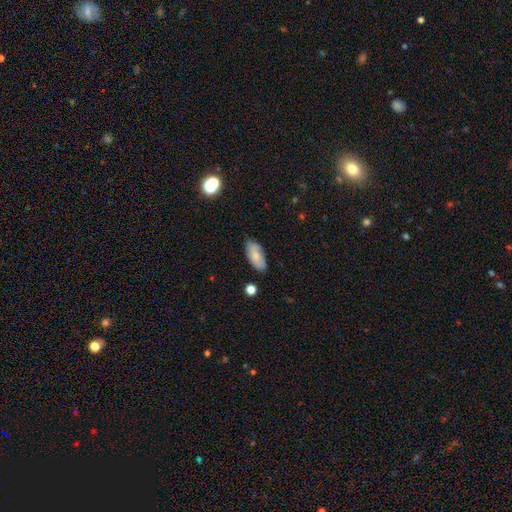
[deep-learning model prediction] A smooth galaxy with no disk features (78%) that is in between round and cigar-shaped (89%).

Vote fractions:
- Smooth or featured? smooth: 78% / featured or disk: 15% / star or artifact: 7%
- How rounded? in between: 89% / cigar-shaped: 9% / round: 2%
- Merging? none: 79% / minor disturbance: 16% / major disturbance: 3% / merger: 2%